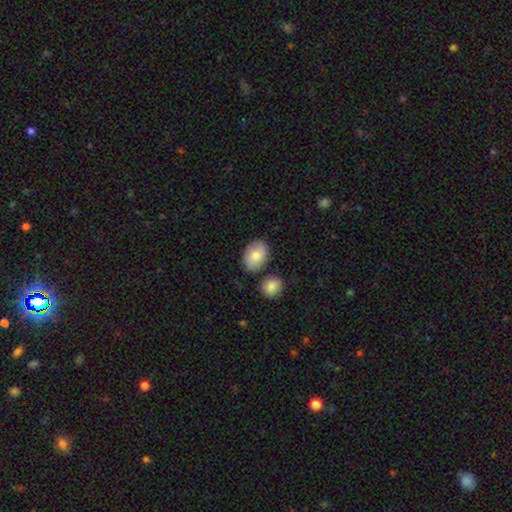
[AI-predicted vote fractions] smooth_or_featured: smooth (p=0.82) [alt: featured or disk p=0.12]
how_rounded: in between (p=0.85) [alt: round p=0.13]
merging: none (p=0.77) [alt: minor disturbance p=0.12]